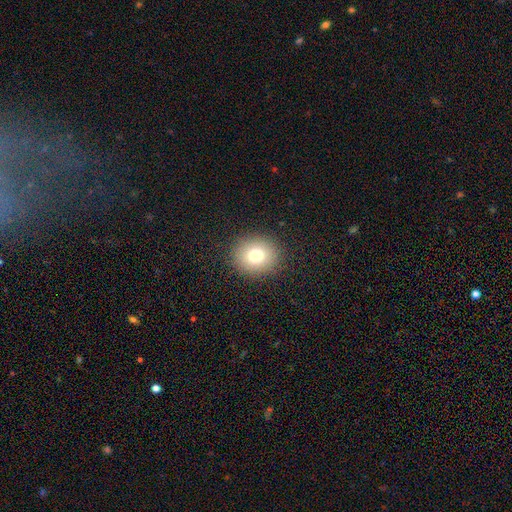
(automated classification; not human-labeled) Smooth or featured? Predicted: smooth (p=0.76). How rounded? Predicted: round (p=0.79). Merging? Predicted: none (p=0.90).